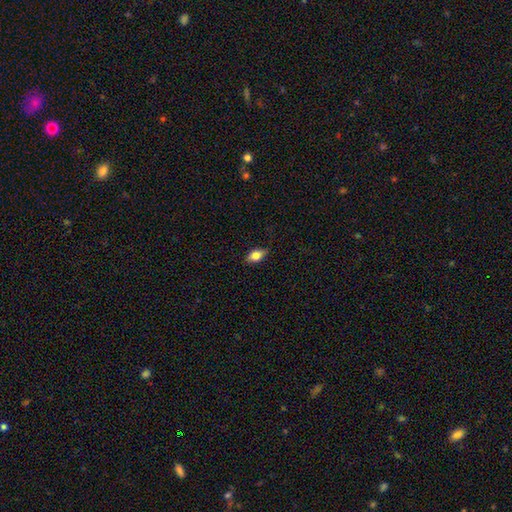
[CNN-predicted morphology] type=smooth (74%); roundness=in between (85%); merging=none (83%).